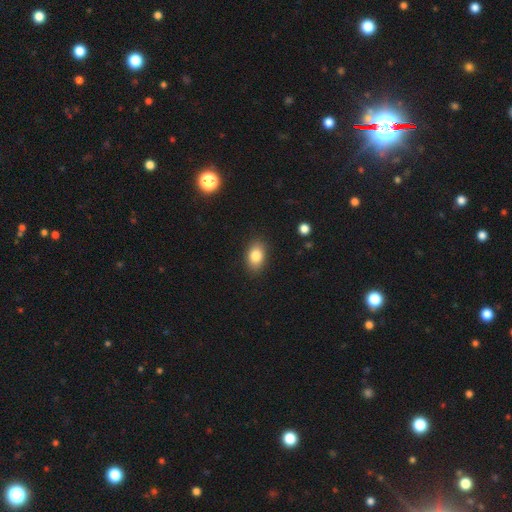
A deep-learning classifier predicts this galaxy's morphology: type=smooth (83%); roundness=in between (83%); merging=none (86%).